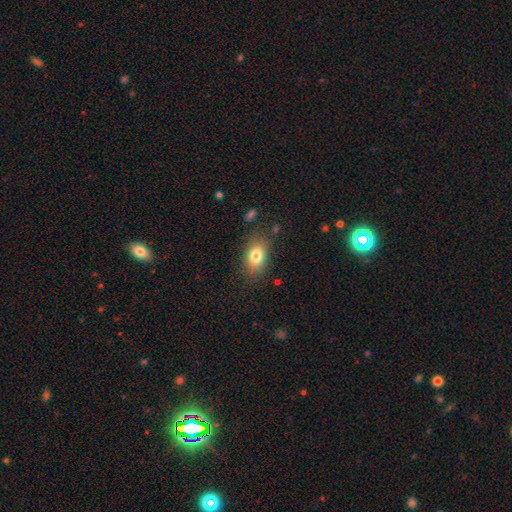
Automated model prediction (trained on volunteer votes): The model was most divided on "merging": none: 79%, minor disturbance: 15%, major disturbance: 4%, merger: 2%. More confident: how rounded — in between (81%); smooth or featured — smooth (80%).